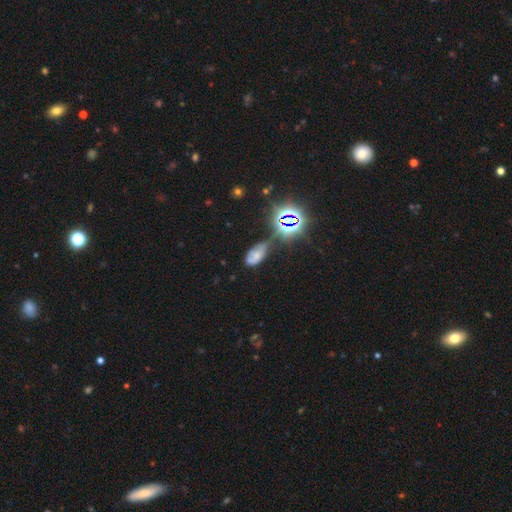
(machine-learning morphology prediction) smooth 45%, star or artifact 28%, featured or disk 27%. Down the decision tree: merging — none (35%).